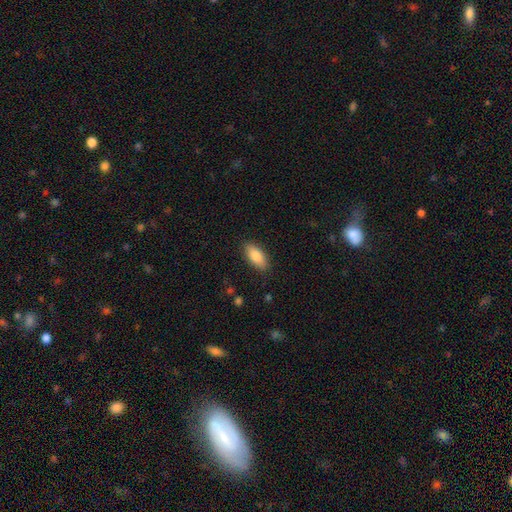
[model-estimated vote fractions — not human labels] A smooth galaxy with no disk features (86%) that is in between round and cigar-shaped (87%). Merging: none (87%).